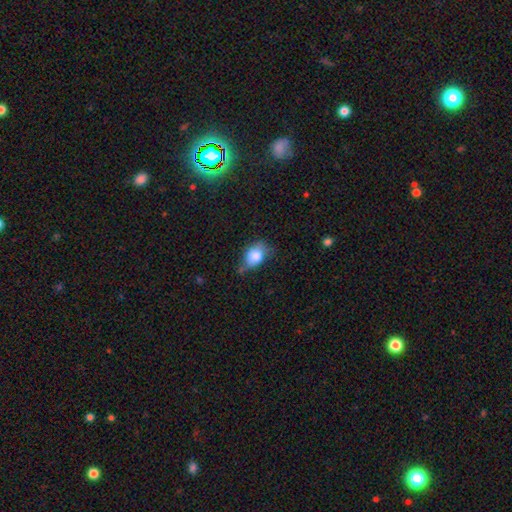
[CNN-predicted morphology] type=smooth (80%); roundness=in between (73%); merging=none (43%).